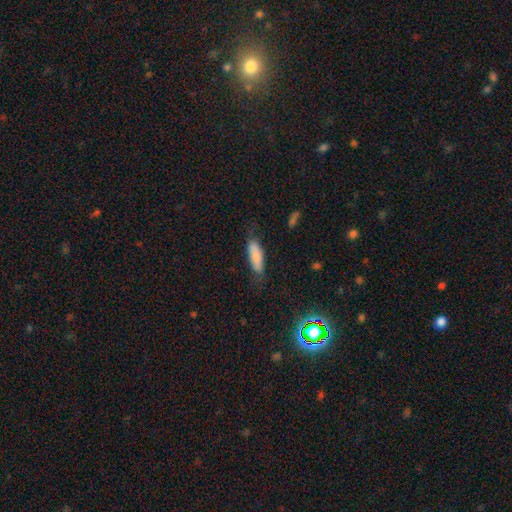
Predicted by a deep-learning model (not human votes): Smooth or featured?
  - smooth: 80% *
  - featured or disk: 13%
  - star or artifact: 7%
How rounded?
  - cigar-shaped: 50% *
  - in between: 49%
  - round: 2%
Merging?
  - none: 70% *
  - minor disturbance: 21%
  - major disturbance: 7%
  - merger: 2%